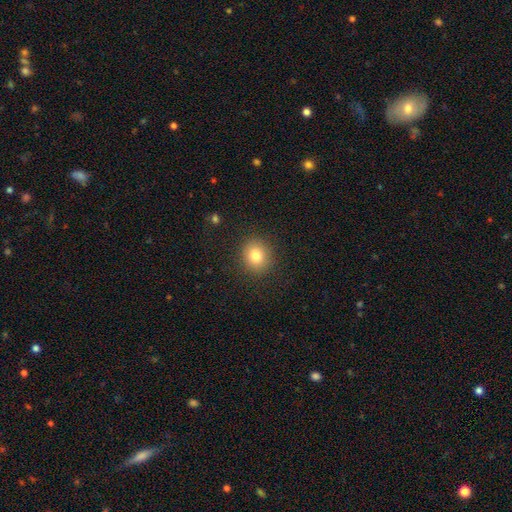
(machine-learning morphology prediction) This appears to be a smooth galaxy with no disk features (81%) that is round (80%). Merging: none (89%).